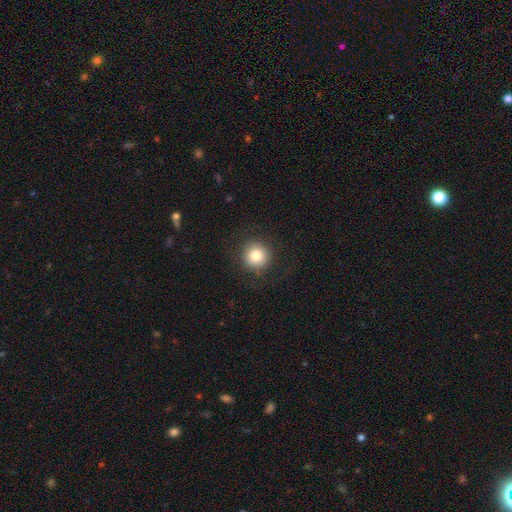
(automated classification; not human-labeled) This is clearly a smooth galaxy (82%). How rounded: clearly round (94%). Merging: clearly none (87%).